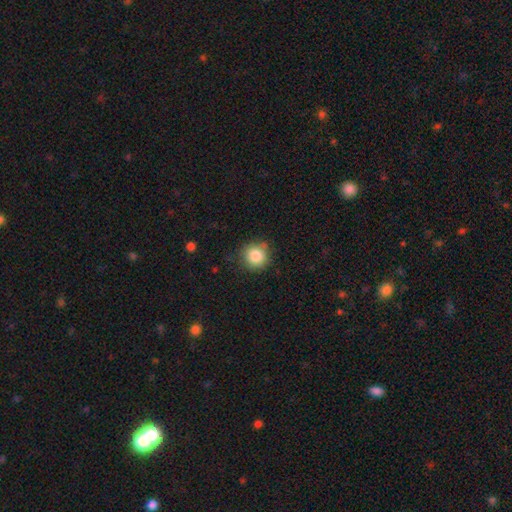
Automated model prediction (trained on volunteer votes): This appears to be a smooth galaxy with no disk features (85%) that is round (91%). Merging: none (81%).